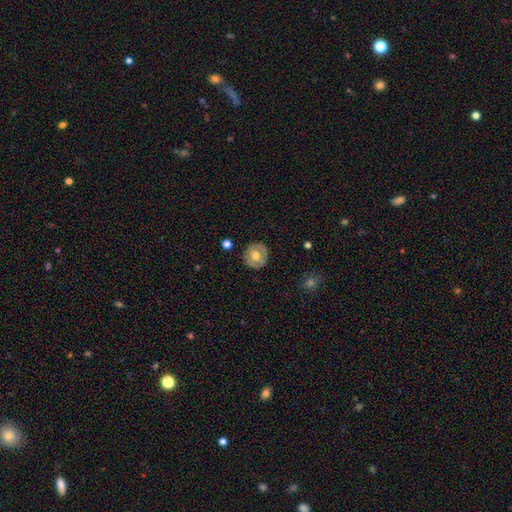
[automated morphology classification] A smooth galaxy with no disk features (58%) that is round (90%). Merging: none (87%).